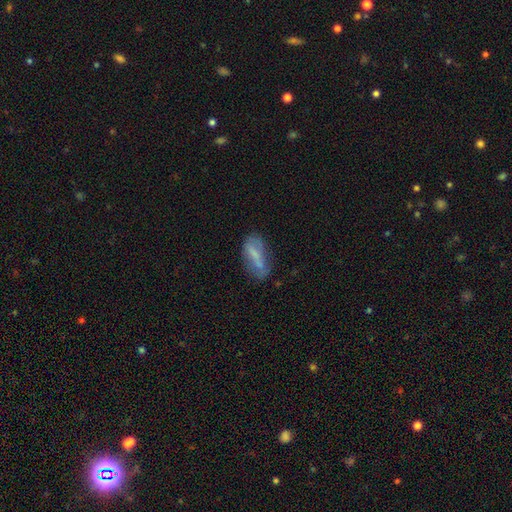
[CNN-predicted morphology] Smooth or featured: smooth — 54% (featured or disk — 37%)
How rounded: in between — 71% (cigar-shaped — 26%)
Merging: none — 58% (minor disturbance — 26%)